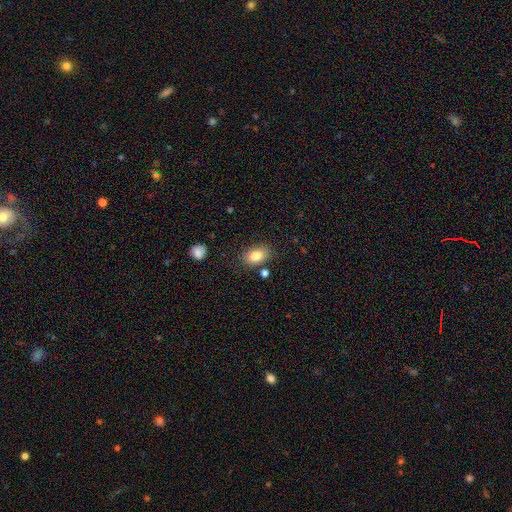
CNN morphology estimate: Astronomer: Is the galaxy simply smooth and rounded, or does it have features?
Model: smooth — 82%.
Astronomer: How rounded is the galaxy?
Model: in between — 81%.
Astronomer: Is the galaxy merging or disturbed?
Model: none — 80%.